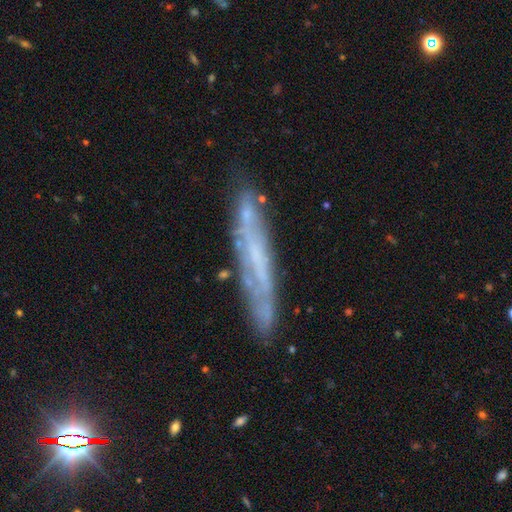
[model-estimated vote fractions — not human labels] This is likely a featured or disk galaxy (63%). It is likely viewed edge-on (67%). Merging: likely none (76%).